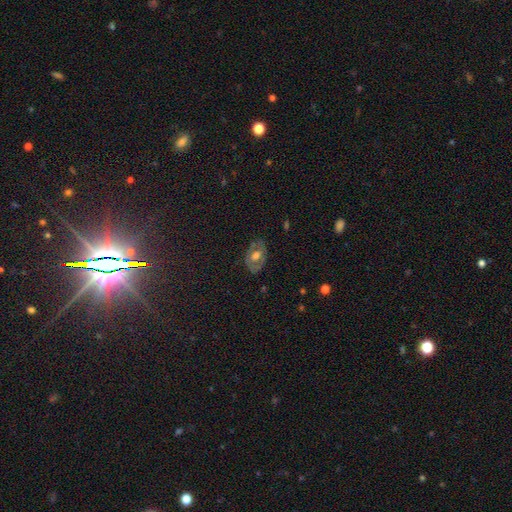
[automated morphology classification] This appears to be a featured or disk galaxy (52%). Merging: none (78%).